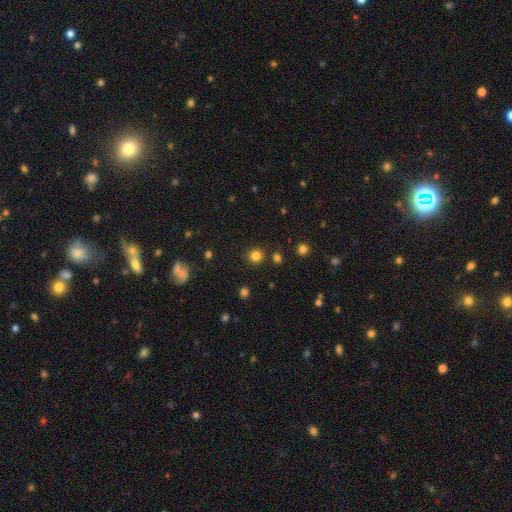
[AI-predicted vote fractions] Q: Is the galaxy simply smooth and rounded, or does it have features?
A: smooth — 81%.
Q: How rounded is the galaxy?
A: round — 92%.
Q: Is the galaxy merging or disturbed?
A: none — 88%.